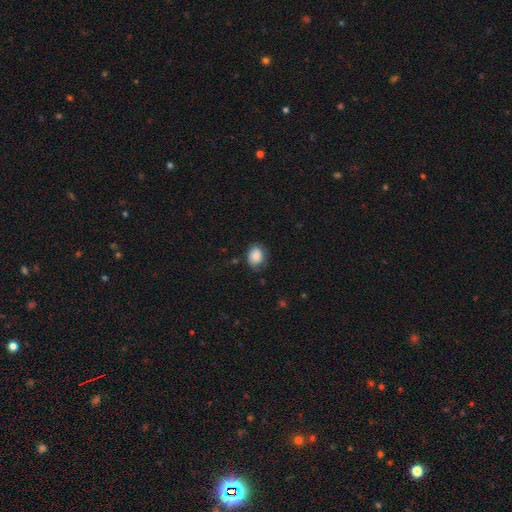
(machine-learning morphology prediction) Smooth or featured: smooth — 82% (featured or disk — 10%)
How rounded: in between — 54% (round — 45%)
Merging: none — 65% (minor disturbance — 27%)